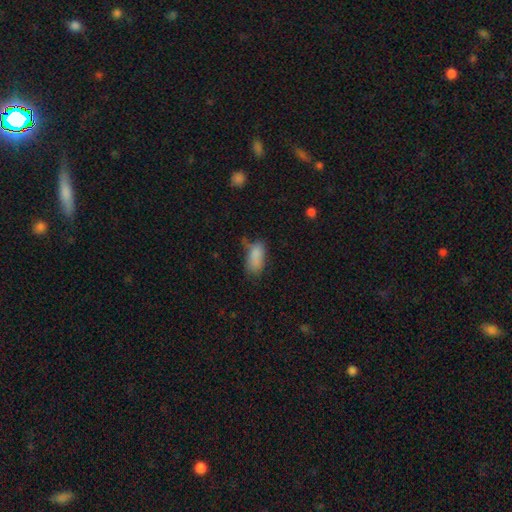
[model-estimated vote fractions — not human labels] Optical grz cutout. It shows a smooth galaxy with no disk features (82%) that is in between round and cigar-shaped (91%). Merging: none (45%).